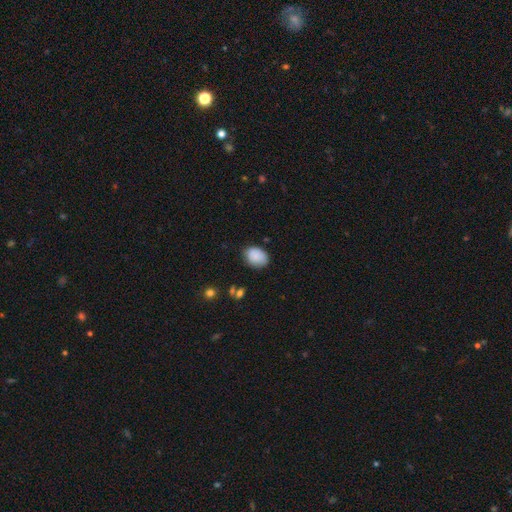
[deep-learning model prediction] This appears to be a smooth galaxy with no disk features (87%) that is in between round and cigar-shaped (72%). Merging: none (74%).